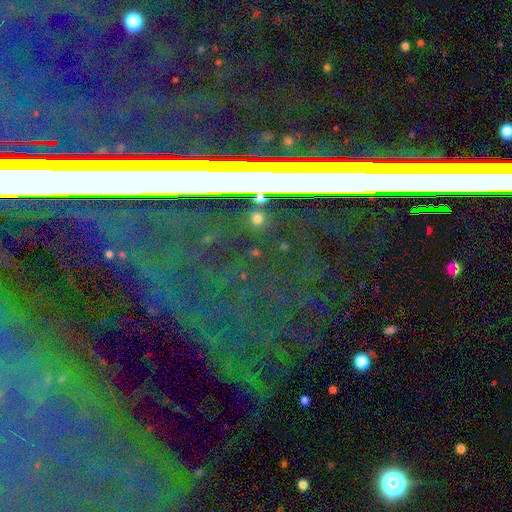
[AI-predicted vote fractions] The model was most divided on "smooth or featured": star or artifact: 73%, featured or disk: 17%, smooth: 9%.